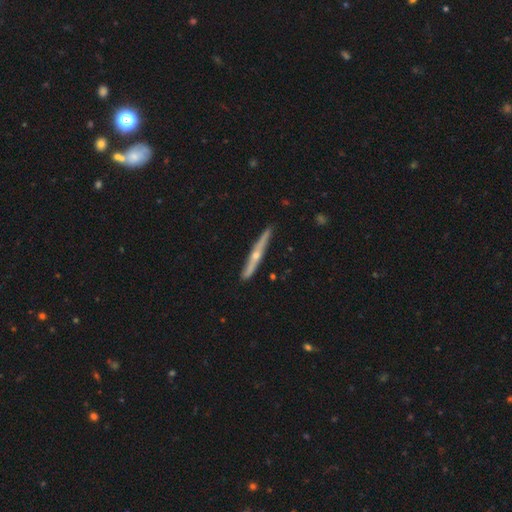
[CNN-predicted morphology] Smooth or featured: featured or disk — 73% (smooth — 21%)
Edge-on disk: yes — 96% (no — 4%)
Edge-on bulge: rounded — 85% (none — 12%)
Merging: none — 87% (minor disturbance — 10%)